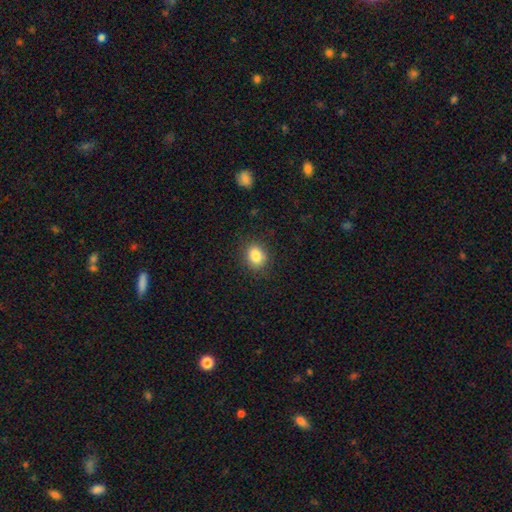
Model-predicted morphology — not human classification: Smooth or featured?
  - smooth: 85% *
  - star or artifact: 10%
  - featured or disk: 5%
How rounded?
  - in between: 50% *
  - round: 49%
  - cigar-shaped: 1%
Merging?
  - none: 86% *
  - minor disturbance: 10%
  - major disturbance: 3%
  - merger: 1%